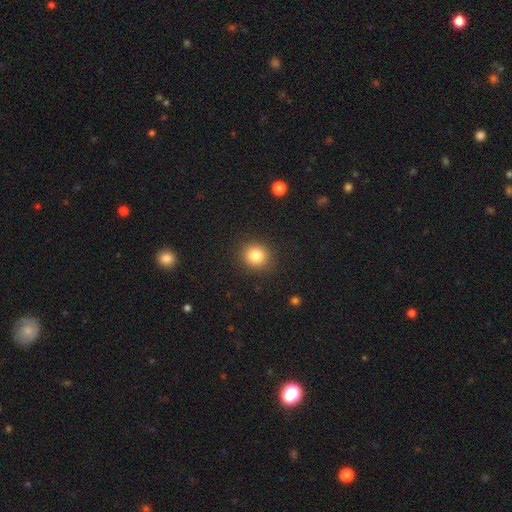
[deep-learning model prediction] A smooth galaxy with no disk features (82%) that is round (85%).

Vote fractions:
- Smooth or featured? smooth: 82% / star or artifact: 11% / featured or disk: 7%
- How rounded? round: 85% / in between: 14% / cigar-shaped: 1%
- Merging? none: 90% / minor disturbance: 7% / major disturbance: 2% / merger: 1%